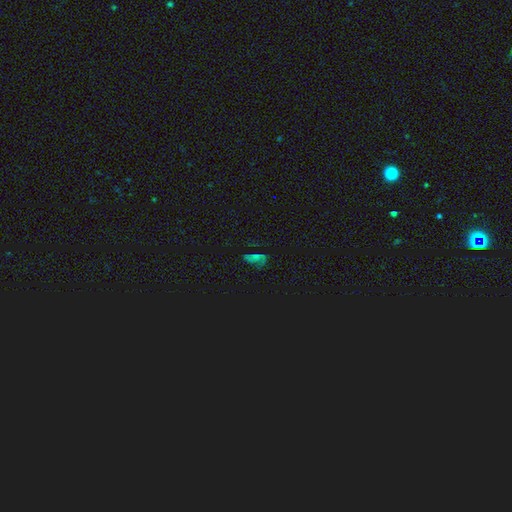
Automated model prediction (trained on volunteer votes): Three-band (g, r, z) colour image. It shows a star or artifact, not a galaxy (51%).